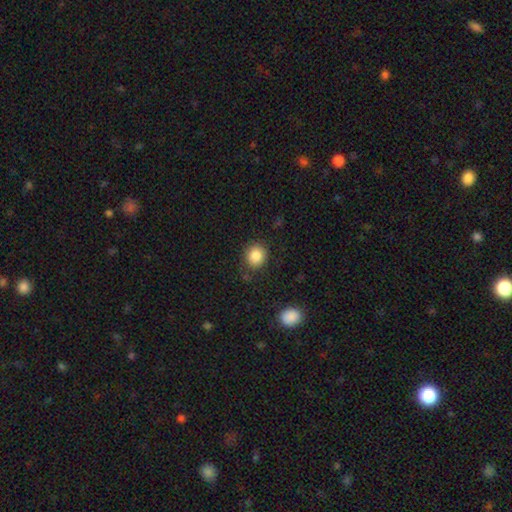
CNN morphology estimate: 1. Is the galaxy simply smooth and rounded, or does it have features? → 86% smooth, 9% star or artifact, 5% featured or disk.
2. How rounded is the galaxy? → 80% round, 19% in between, 1% cigar-shaped.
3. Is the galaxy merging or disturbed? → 83% none, 12% minor disturbance, 4% major disturbance, 2% merger.